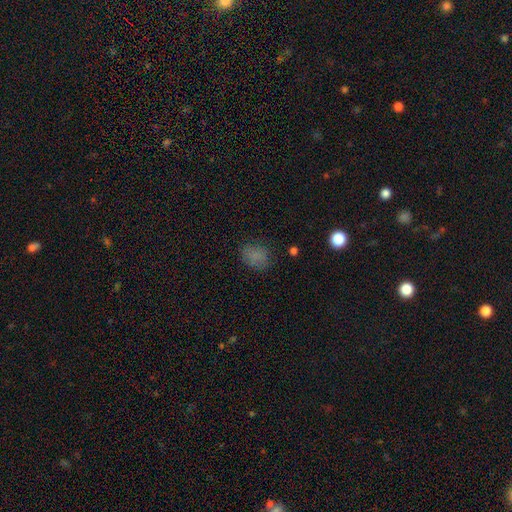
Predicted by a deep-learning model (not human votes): Smooth or featured: smooth — 76% (star or artifact — 16%)
How rounded: round — 52% (in between — 47%)
Merging: none — 72% (minor disturbance — 19%)